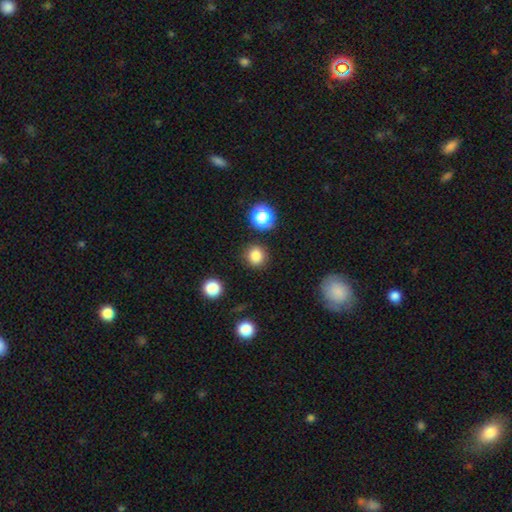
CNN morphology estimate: type=smooth (82%); roundness=round (91%); merging=none (88%).